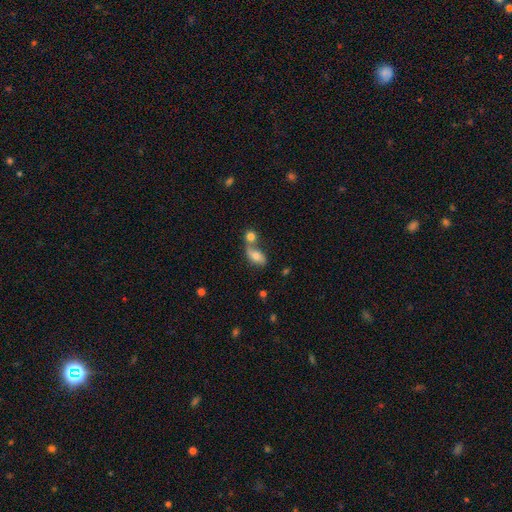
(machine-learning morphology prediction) smooth_or_featured: smooth (p=0.67) [alt: featured or disk p=0.23]
how_rounded: in between (p=0.79) [alt: round p=0.16]
merging: merger (p=0.58) [alt: none p=0.24]